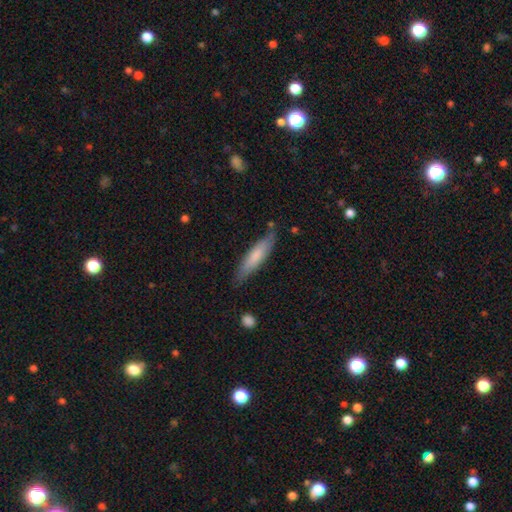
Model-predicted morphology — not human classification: Q: Smooth or featured?
A: smooth (70%); runner-up: featured or disk (25%)
Q: How rounded?
A: cigar-shaped (79%); runner-up: in between (20%)
Q: Merging?
A: none (78%); runner-up: minor disturbance (16%)